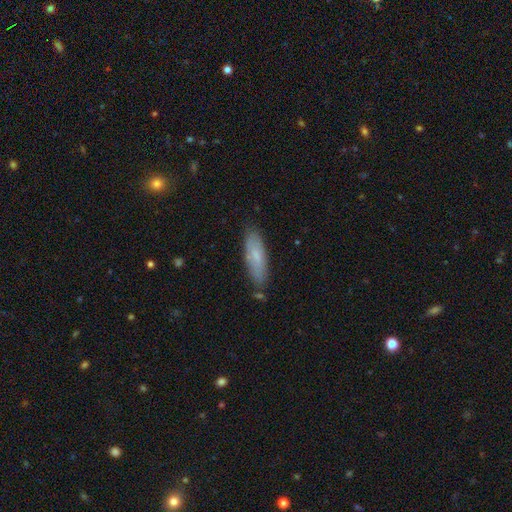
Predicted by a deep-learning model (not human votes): Smooth or featured: smooth — 64% (featured or disk — 30%)
How rounded: cigar-shaped — 57% (in between — 42%)
Merging: none — 78% (minor disturbance — 16%)